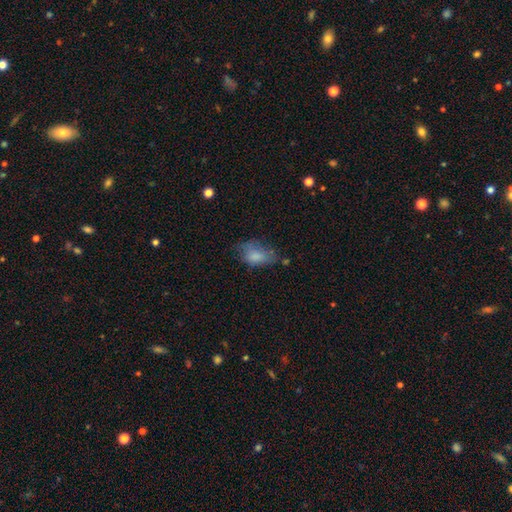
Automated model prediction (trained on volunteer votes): Morphology: type=smooth (77%); roundness=in between (89%); merging=none (43%).